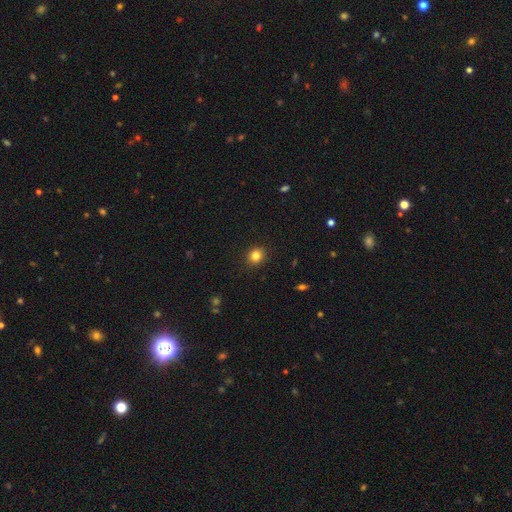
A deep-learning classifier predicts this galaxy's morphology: A smooth galaxy with no disk features (82%) that is round (82%).

Vote fractions:
- Smooth or featured? smooth: 82% / star or artifact: 12% / featured or disk: 6%
- How rounded? round: 82% / in between: 17% / cigar-shaped: 1%
- Merging? none: 91% / minor disturbance: 7% / major disturbance: 2% / merger: 1%